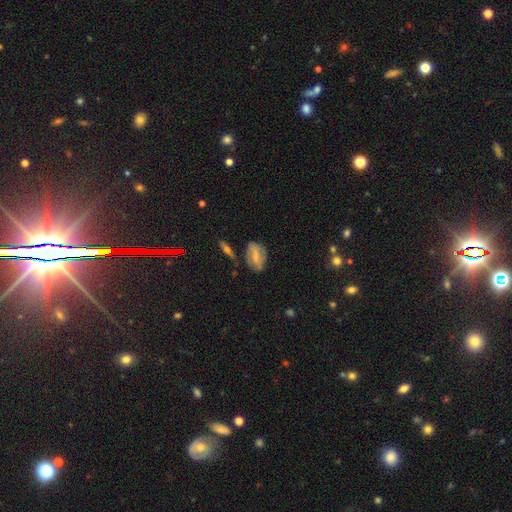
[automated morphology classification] Smooth or featured: featured or disk — 50% (smooth — 42%)
Merging: none — 65% (minor disturbance — 22%)